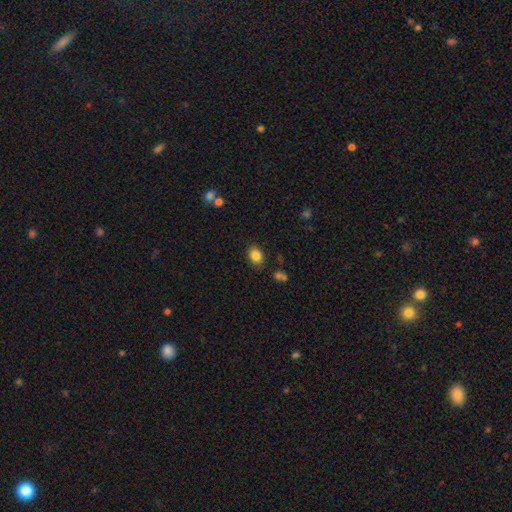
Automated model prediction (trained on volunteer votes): A smooth galaxy with no disk features (84%) that is in between round and cigar-shaped (62%). Merging: none (84%).